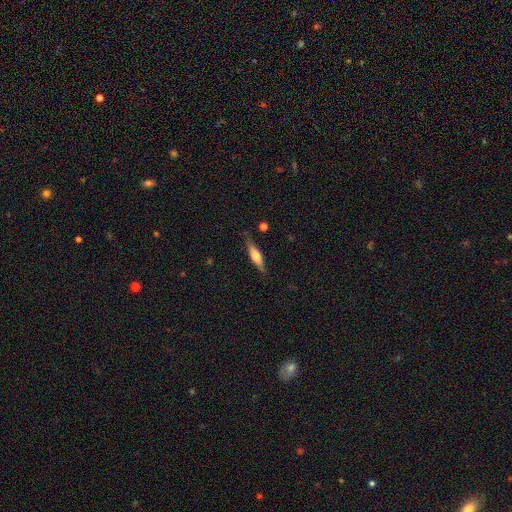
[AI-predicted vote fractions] Overall: featured or disk (51%; smooth 42%). Edge-on disk: yes (91%). Merging: none (81%).